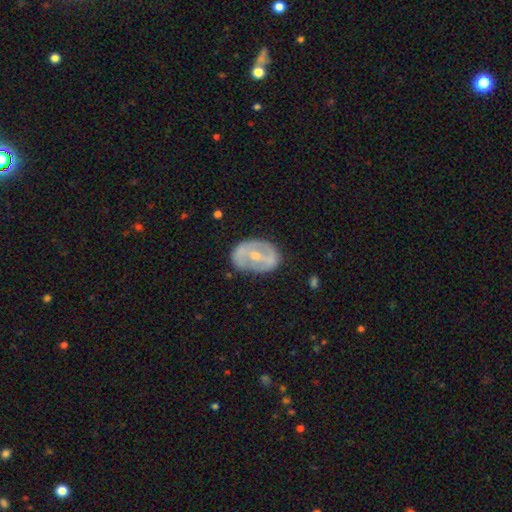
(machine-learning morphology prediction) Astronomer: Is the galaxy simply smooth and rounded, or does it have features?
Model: featured or disk — 68%.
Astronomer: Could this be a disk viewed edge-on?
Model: no — 94%.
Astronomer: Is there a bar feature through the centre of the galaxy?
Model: no — 35% (runner-up: weak, 33%).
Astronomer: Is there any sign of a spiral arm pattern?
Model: no — 64%.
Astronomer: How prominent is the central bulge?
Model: moderate — 48%, tied with small at 48%.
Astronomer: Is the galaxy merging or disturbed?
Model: none — 72%.